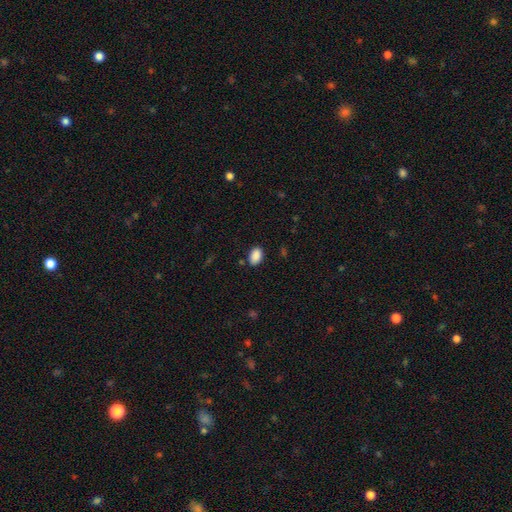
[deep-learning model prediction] smooth-or-featured: smooth: 89% | star or artifact: 8% | featured or disk: 3%
  how-rounded: in between: 87% | round: 12% | cigar-shaped: 1%
  merging: none: 85% | minor disturbance: 11% | major disturbance: 3% | merger: 2%